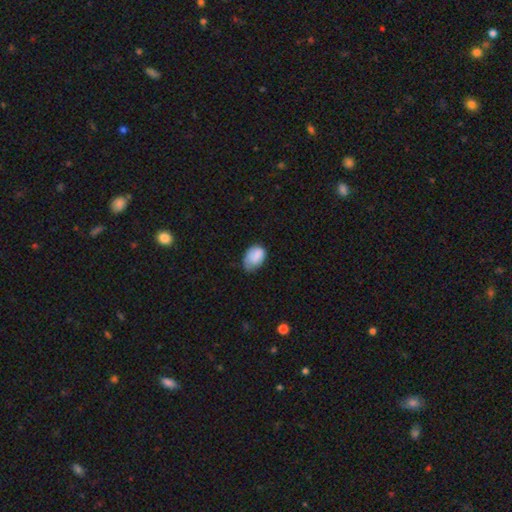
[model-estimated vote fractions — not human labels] Smooth or featured? smooth (82%)
How rounded? in between (80%)
Merging? minor disturbance (45%)